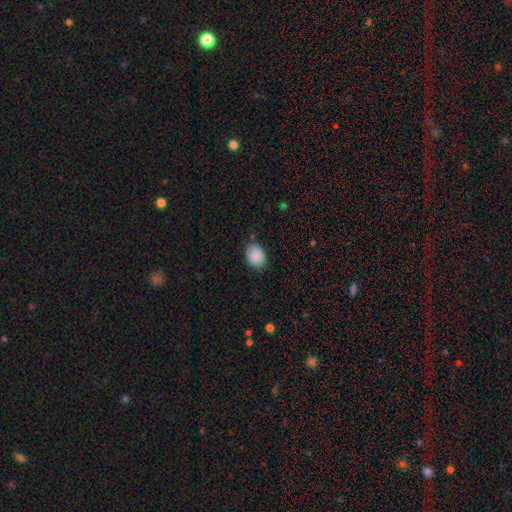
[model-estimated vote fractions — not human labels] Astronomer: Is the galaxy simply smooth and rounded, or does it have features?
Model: smooth — 89%.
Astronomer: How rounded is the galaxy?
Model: in between — 61% (runner-up: round, 38%).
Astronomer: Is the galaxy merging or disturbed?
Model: none — 77%.